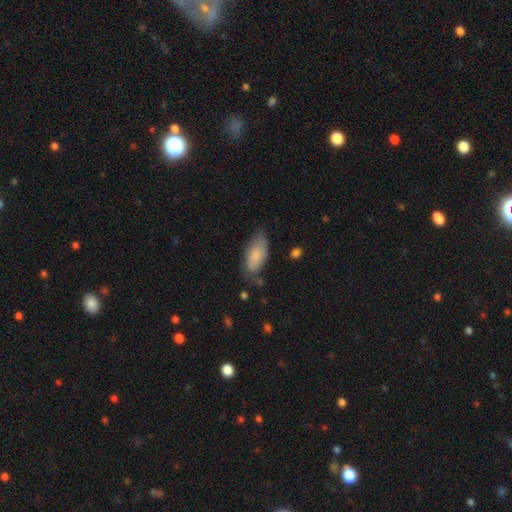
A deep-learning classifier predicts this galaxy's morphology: Overall: smooth (82%). How rounded: in between (89%). Merging: none (63%; minor disturbance 27%).